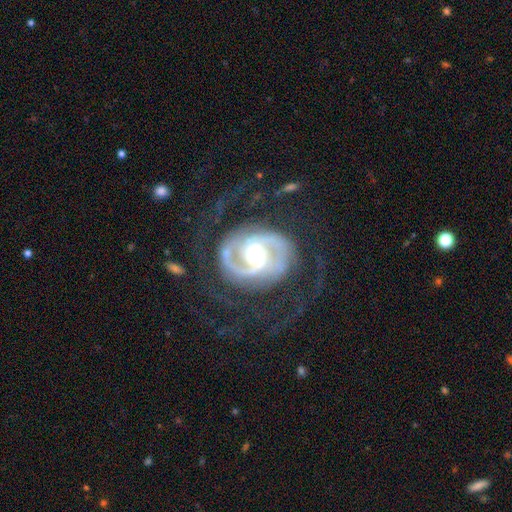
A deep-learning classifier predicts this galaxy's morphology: Smooth or featured? Predicted: featured or disk (p=0.91). Edge-on disk? Predicted: no (p=0.98). Bar? Predicted: weak (p=0.46). Spiral arms? Predicted: yes (p=0.97). Spiral winding? Predicted: medium (p=0.48). Spiral arm count? Predicted: 2 (p=0.83). Bulge size? Predicted: moderate (p=0.70). Merging? Predicted: none (p=0.64).